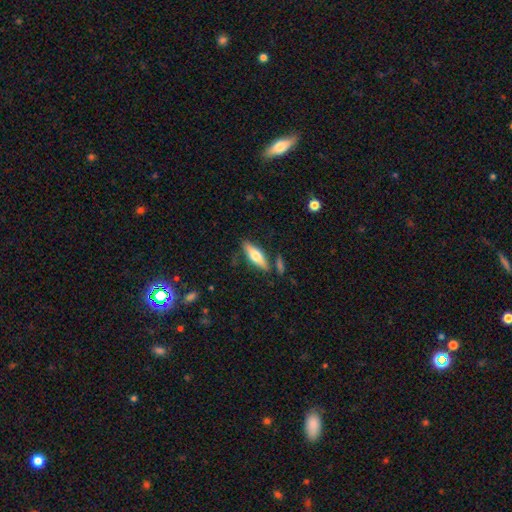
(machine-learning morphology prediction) type=smooth (55%); roundness=cigar-shaped (52%); merging=none (80%).